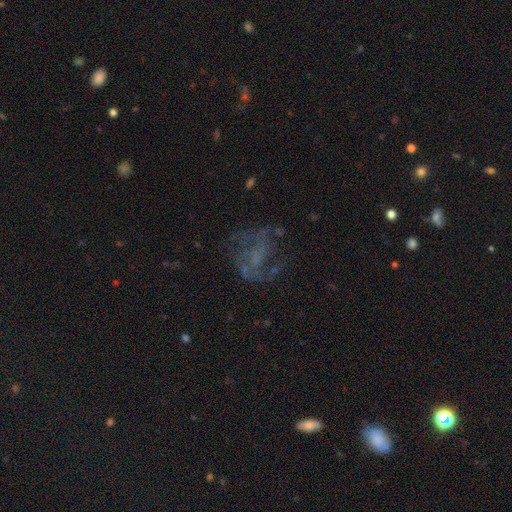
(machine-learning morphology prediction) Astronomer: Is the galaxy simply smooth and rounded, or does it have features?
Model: featured or disk — 60%.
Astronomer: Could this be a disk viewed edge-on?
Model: no — 97%.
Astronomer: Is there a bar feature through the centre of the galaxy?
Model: no — 66%.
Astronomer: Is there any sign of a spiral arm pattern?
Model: yes — 65%.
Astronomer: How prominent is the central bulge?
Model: none — 64%.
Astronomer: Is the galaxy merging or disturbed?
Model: none — 53%.